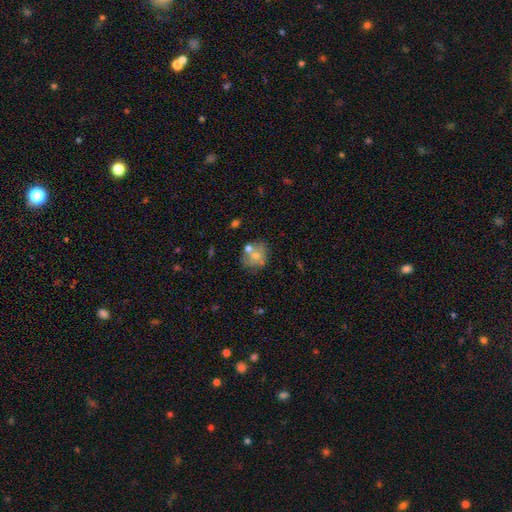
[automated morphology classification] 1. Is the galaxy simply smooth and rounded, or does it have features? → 59% smooth, 31% featured or disk, 10% star or artifact.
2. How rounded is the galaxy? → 57% round, 42% in between, 1% cigar-shaped.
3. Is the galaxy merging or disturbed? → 50% none, 25% merger, 17% minor disturbance, 8% major disturbance.